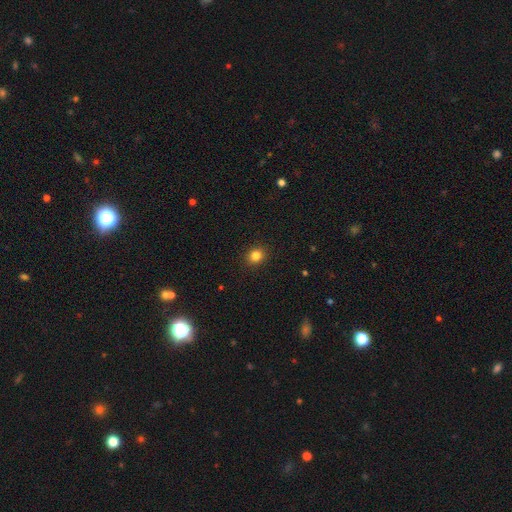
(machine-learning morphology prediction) This appears to be a smooth galaxy with no disk features (83%) that is round (77%). Merging: none (91%).